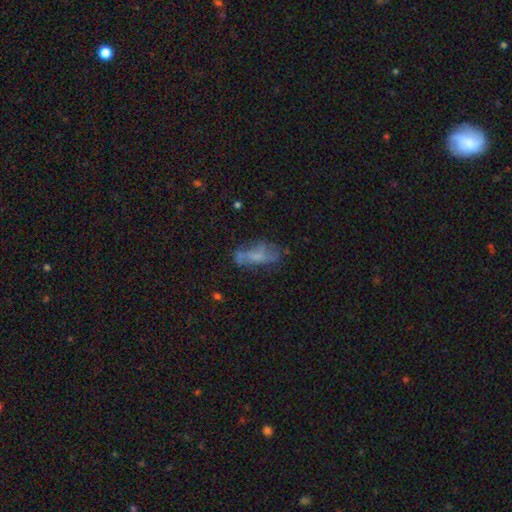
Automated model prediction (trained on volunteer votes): Overall: smooth (44%; featured or disk 43%). Merging: none (49%; minor disturbance 25%).